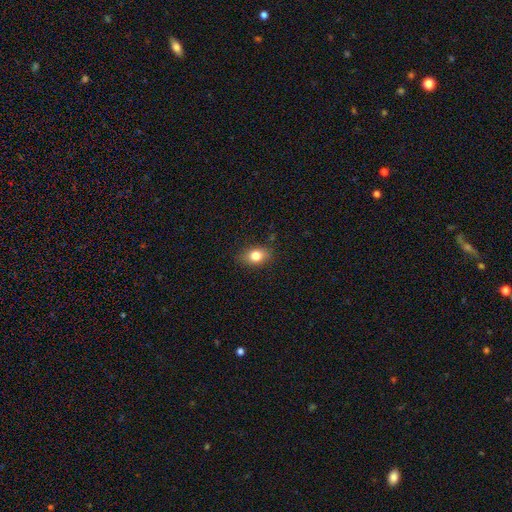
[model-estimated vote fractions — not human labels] This is clearly a smooth galaxy (82%). How rounded: likely in between (73%). Merging: clearly none (83%).